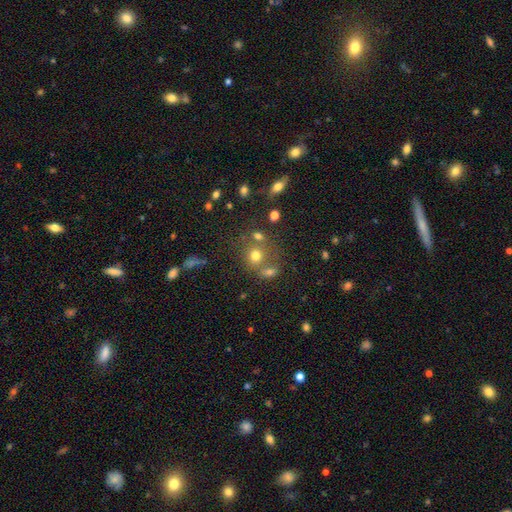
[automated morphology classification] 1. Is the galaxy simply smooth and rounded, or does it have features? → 69% smooth, 19% star or artifact, 12% featured or disk.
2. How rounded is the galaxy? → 79% round, 20% in between, 1% cigar-shaped.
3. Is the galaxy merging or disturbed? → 54% none, 28% merger, 11% minor disturbance, 6% major disturbance.